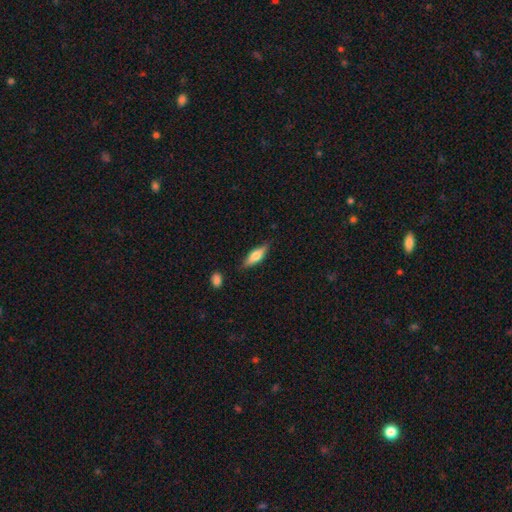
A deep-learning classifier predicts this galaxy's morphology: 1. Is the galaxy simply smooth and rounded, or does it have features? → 51% smooth, 42% featured or disk, 7% star or artifact.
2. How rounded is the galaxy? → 52% cigar-shaped, 45% in between, 3% round.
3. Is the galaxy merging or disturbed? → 83% none, 12% minor disturbance, 3% major disturbance, 2% merger.